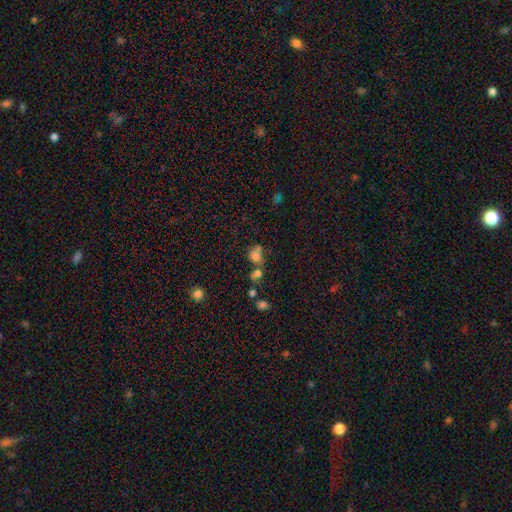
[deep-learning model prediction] A smooth galaxy with no disk features (71%) that is round (57%).

Vote fractions:
- Smooth or featured? smooth: 71% / star or artifact: 17% / featured or disk: 12%
- How rounded? round: 57% / in between: 41% / cigar-shaped: 2%
- Merging? merger: 41% / none: 37% / minor disturbance: 13% / major disturbance: 9%